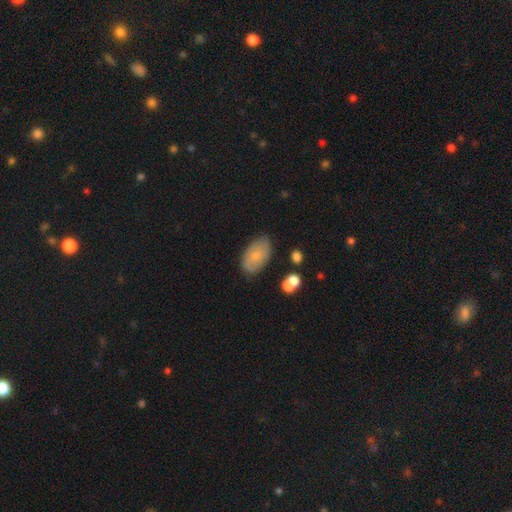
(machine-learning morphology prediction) This appears to be a smooth galaxy with no disk features (68%) that is in between round and cigar-shaped (92%). Merging: none (73%).